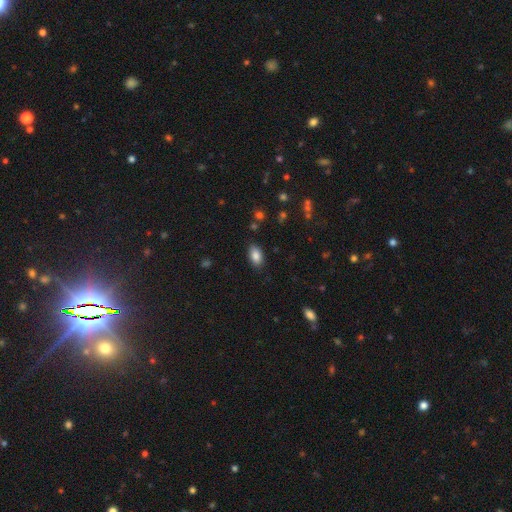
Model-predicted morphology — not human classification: A smooth galaxy with no disk features (86%) that is in between round and cigar-shaped (92%).

Vote fractions:
- Smooth or featured? smooth: 86% / star or artifact: 8% / featured or disk: 6%
- How rounded? in between: 92% / round: 5% / cigar-shaped: 3%
- Merging? none: 86% / minor disturbance: 10% / major disturbance: 3% / merger: 1%